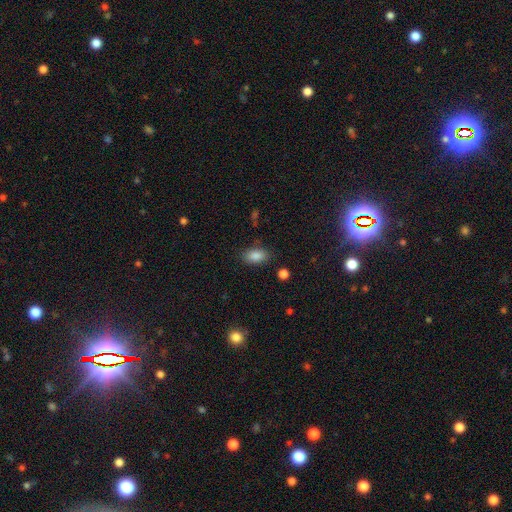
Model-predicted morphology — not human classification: smooth 86%, star or artifact 9%, featured or disk 5%. Down the decision tree: how rounded — in between (89%); merging — none (83%).